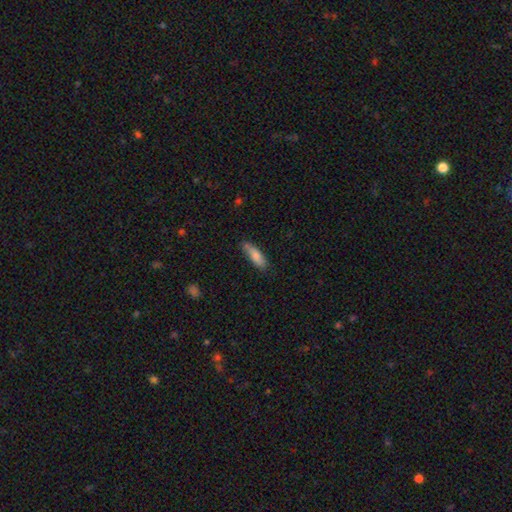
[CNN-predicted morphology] type=smooth (82%); roundness=cigar-shaped (53%); merging=none (69%).